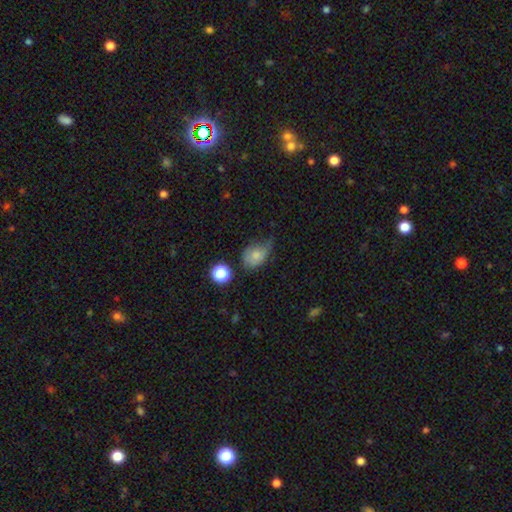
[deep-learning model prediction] Smooth or featured? Predicted: smooth (p=0.73). How rounded? Predicted: in between (p=0.61). Merging? Predicted: minor disturbance (p=0.43).